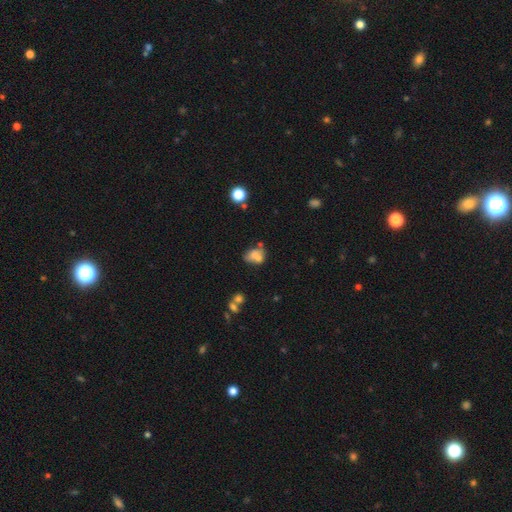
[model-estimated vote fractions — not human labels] Q: Smooth or featured?
A: smooth (63%); runner-up: featured or disk (24%)
Q: How rounded?
A: in between (64%); runner-up: round (34%)
Q: Merging?
A: merger (36%); runner-up: none (33%)